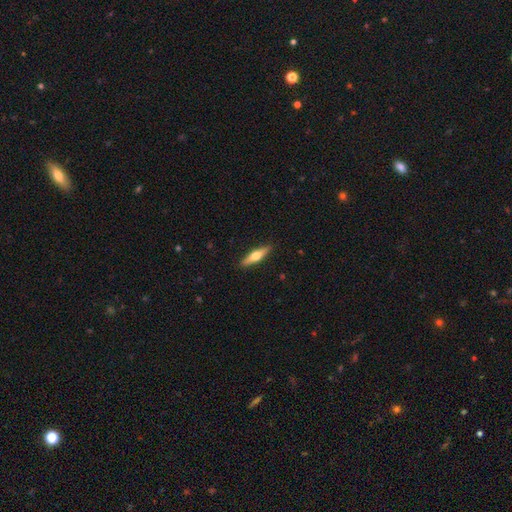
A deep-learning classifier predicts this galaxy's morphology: Smooth or featured?
  - featured or disk: 48% *
  - smooth: 47%
  - star or artifact: 5%
Merging?
  - none: 91% *
  - minor disturbance: 7%
  - major disturbance: 1%
  - merger: 1%